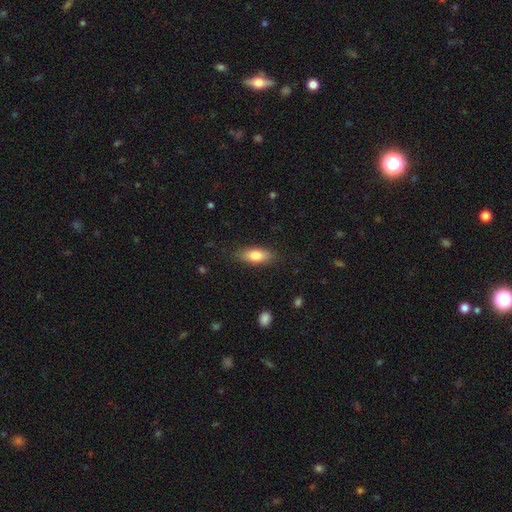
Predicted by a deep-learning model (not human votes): A smooth galaxy with no disk features (76%) that is in between round and cigar-shaped (73%).

Vote fractions:
- Smooth or featured? smooth: 76% / featured or disk: 17% / star or artifact: 7%
- How rounded? in between: 73% / cigar-shaped: 23% / round: 3%
- Merging? none: 84% / minor disturbance: 12% / major disturbance: 3% / merger: 1%